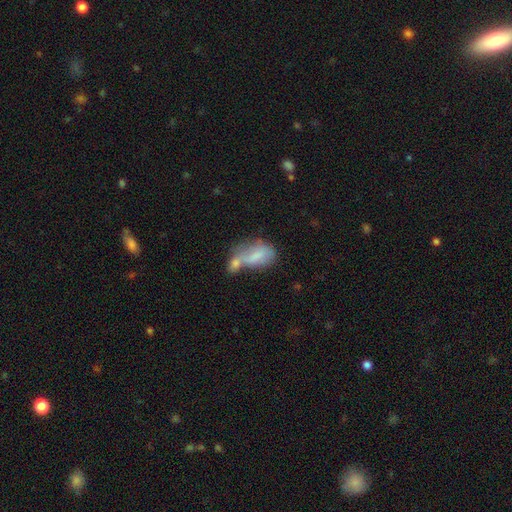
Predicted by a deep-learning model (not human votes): A smooth galaxy with no disk features (65%) that is in between round and cigar-shaped (86%). Merging: merger (59%).